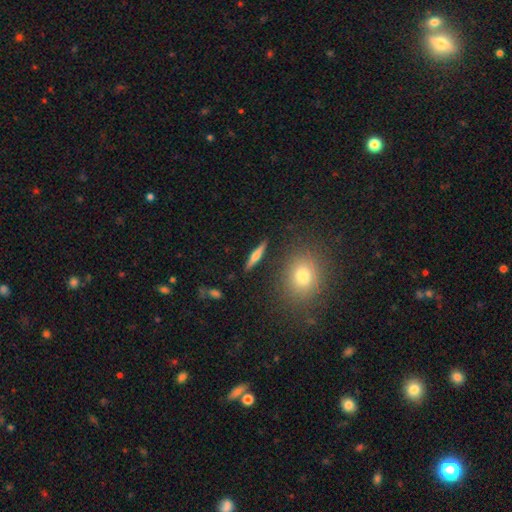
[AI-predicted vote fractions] Smooth or featured?
  - smooth: 48% *
  - featured or disk: 45%
  - star or artifact: 8%
Merging?
  - none: 88% *
  - minor disturbance: 7%
  - merger: 2%
  - major disturbance: 2%